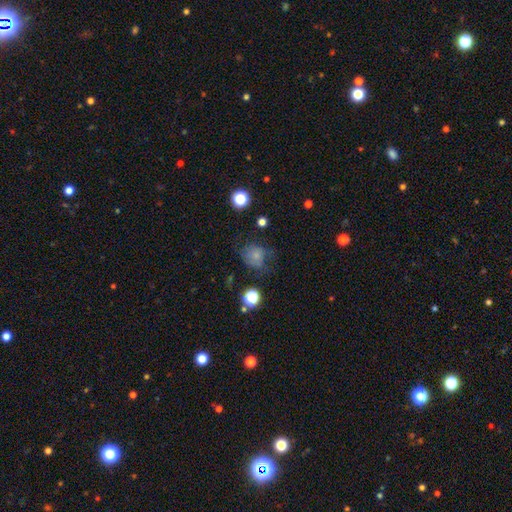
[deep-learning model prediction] A smooth galaxy with no disk features (70%) that is round (69%). Merging: none (51%).